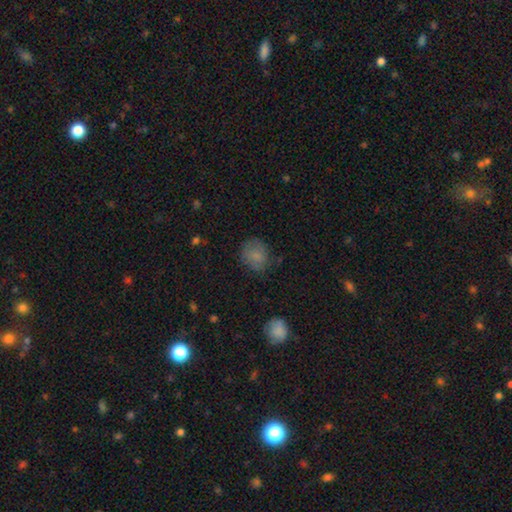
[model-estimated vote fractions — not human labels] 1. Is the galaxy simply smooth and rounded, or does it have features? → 79% smooth, 12% featured or disk, 10% star or artifact.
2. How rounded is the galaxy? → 65% round, 34% in between, 1% cigar-shaped.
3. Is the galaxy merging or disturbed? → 71% none, 21% minor disturbance, 7% major disturbance, 2% merger.